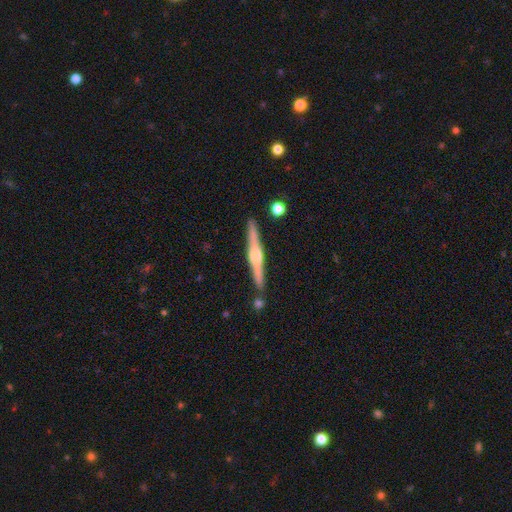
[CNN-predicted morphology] A featured or disk galaxy (77%) viewed edge-on (98%) with a rounded central bulge (77%). Merging: none (87%).